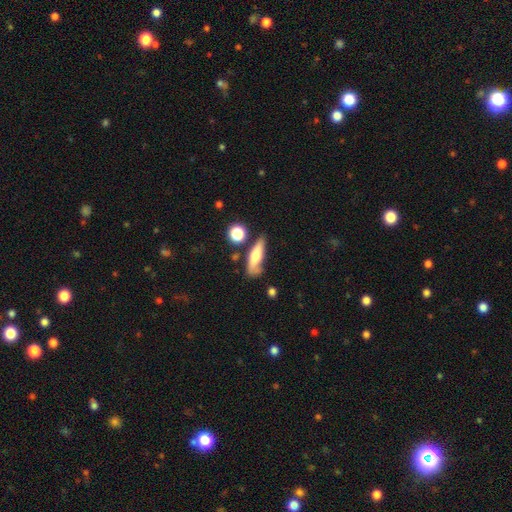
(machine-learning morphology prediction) type=smooth (59%); roundness=cigar-shaped (57%); merging=none (55%).